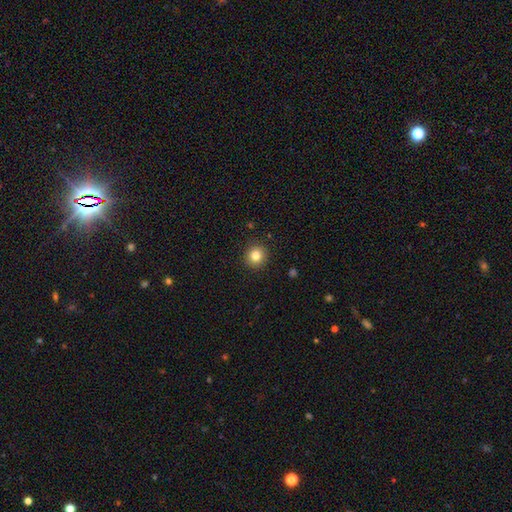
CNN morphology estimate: Q: Smooth or featured?
A: smooth (82%); runner-up: star or artifact (11%)
Q: How rounded?
A: round (93%); runner-up: in between (6%)
Q: Merging?
A: none (91%); runner-up: minor disturbance (6%)